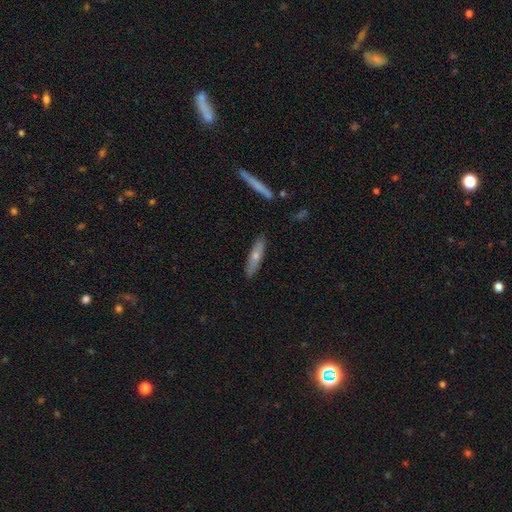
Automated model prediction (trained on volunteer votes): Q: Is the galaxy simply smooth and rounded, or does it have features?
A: smooth — 62%.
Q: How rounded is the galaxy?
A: cigar-shaped — 73%.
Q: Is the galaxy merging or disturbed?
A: none — 87%.